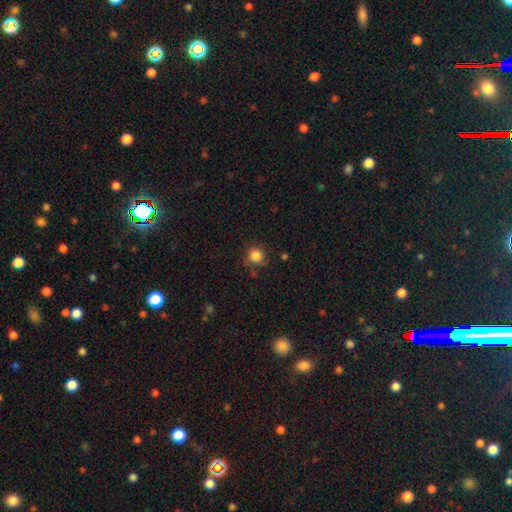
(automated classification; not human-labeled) This appears to be a smooth galaxy with no disk features (84%) that is round (93%). Merging: none (77%).